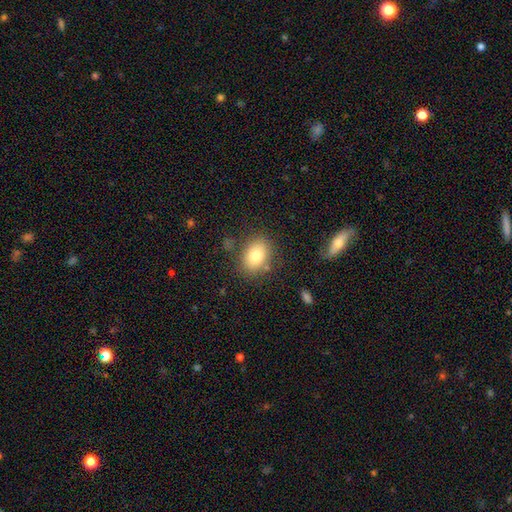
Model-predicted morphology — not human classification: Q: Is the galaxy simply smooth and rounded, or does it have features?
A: smooth — 80%.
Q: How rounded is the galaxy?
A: in between — 71%.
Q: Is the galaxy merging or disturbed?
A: none — 80%.